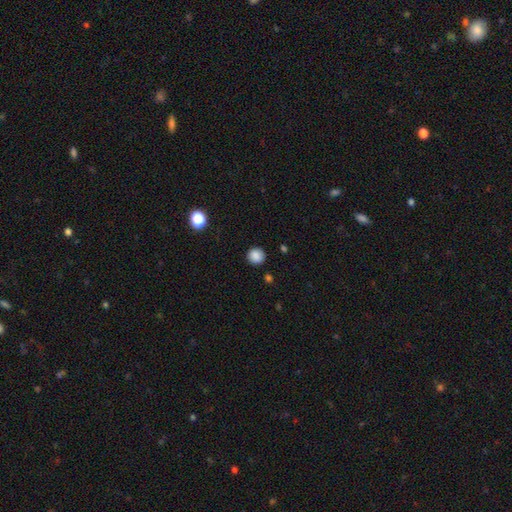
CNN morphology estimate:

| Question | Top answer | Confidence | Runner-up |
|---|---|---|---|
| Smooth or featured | smooth | 86% | star or artifact (10%) |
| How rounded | round | 91% | in between (8%) |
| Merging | none | 88% | minor disturbance (8%) |